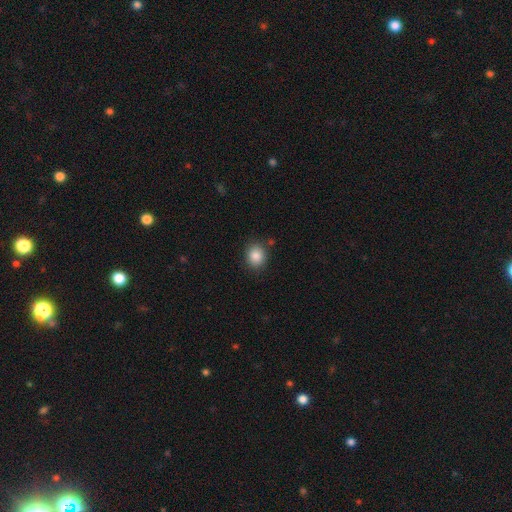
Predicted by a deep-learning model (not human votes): This appears to be a smooth galaxy with no disk features (86%) that is round (68%). Merging: none (85%).